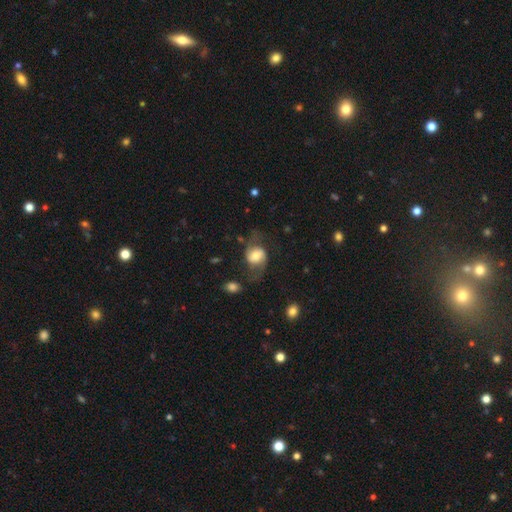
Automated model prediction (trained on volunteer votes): Overall: featured or disk (55%; smooth 37%). Edge-on disk: no (95%). Bar: no (55%; weak 34%). Spiral arms: yes (85%). Bulge size: moderate (50%; large 26%). Merging: none (58%; minor disturbance 20%).